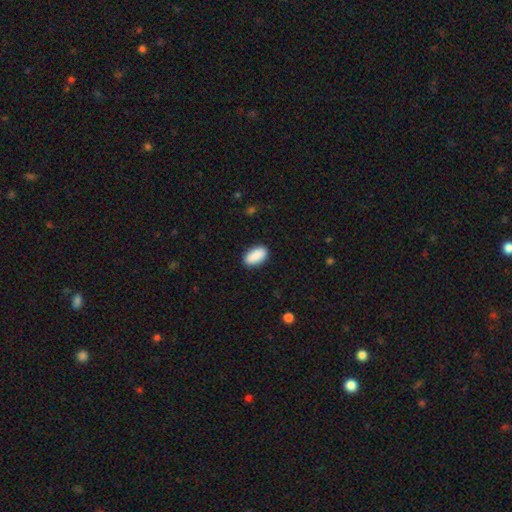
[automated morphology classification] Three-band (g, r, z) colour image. It shows a smooth galaxy with no disk features (91%) that is in between round and cigar-shaped (94%). Merging: none (89%).